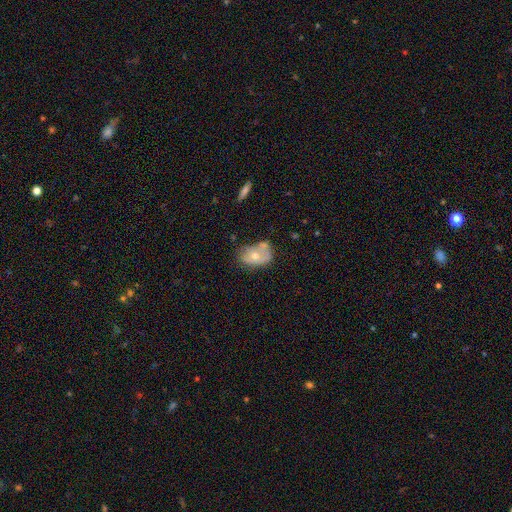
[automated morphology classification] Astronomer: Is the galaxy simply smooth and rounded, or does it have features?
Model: smooth — 57% (runner-up: featured or disk, 35%).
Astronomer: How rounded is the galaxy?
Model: in between — 78%.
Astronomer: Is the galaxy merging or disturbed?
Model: none — 35% (runner-up: minor disturbance, 31%).